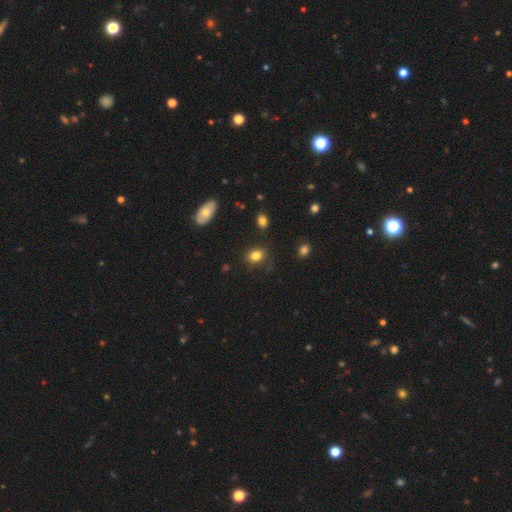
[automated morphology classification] Smooth or featured? smooth (82%)
How rounded? in between (53%)
Merging? none (78%)